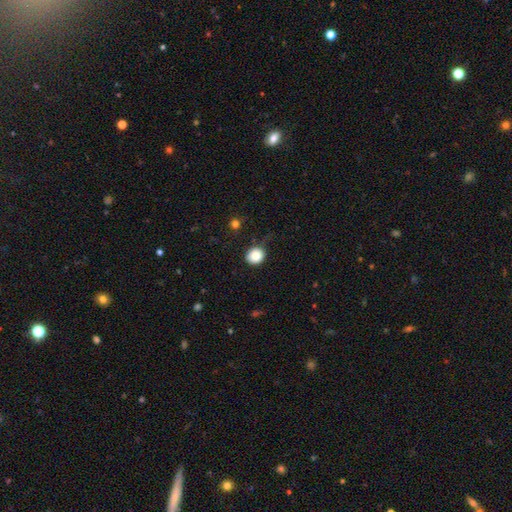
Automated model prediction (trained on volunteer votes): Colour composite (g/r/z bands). It shows a smooth galaxy with no disk features (81%) that is round (85%). Merging: none (74%).